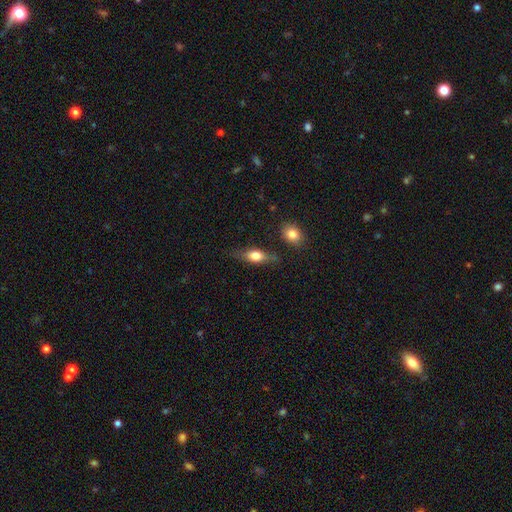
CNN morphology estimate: A smooth galaxy with no disk features (58%) that is in between round and cigar-shaped (64%).

Vote fractions:
- Smooth or featured? smooth: 58% / featured or disk: 35% / star or artifact: 7%
- How rounded? in between: 64% / cigar-shaped: 28% / round: 8%
- Merging? none: 68% / minor disturbance: 20% / major disturbance: 6% / merger: 5%